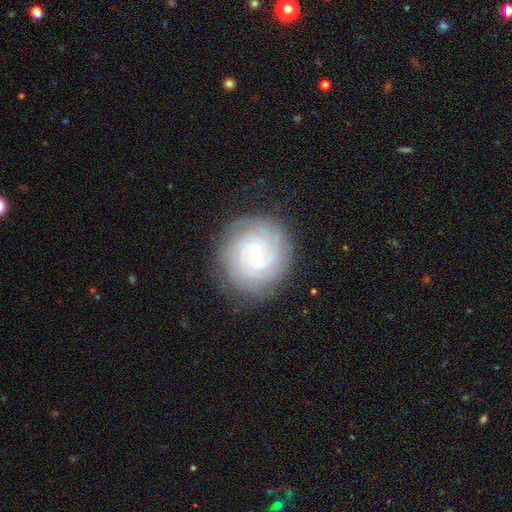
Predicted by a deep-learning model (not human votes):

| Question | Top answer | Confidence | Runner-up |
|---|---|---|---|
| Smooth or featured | featured or disk | 79% | smooth (14%) |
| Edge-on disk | no | 98% | yes (2%) |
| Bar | no | 68% | weak (26%) |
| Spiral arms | yes | 95% | no (5%) |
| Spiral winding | tight | 83% | medium (14%) |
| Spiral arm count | can't tell | 35% | 4 (20%) |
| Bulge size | small | 73% | moderate (24%) |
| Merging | none | 84% | minor disturbance (11%) |